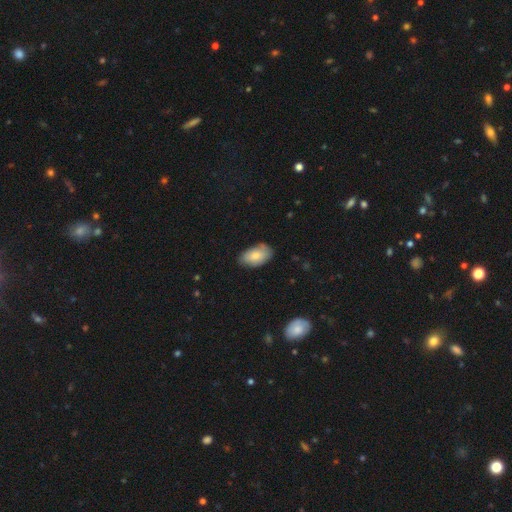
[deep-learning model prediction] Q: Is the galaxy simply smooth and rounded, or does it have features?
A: smooth — 80%.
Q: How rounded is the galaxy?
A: in between — 94%.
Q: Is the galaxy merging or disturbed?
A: none — 73%.